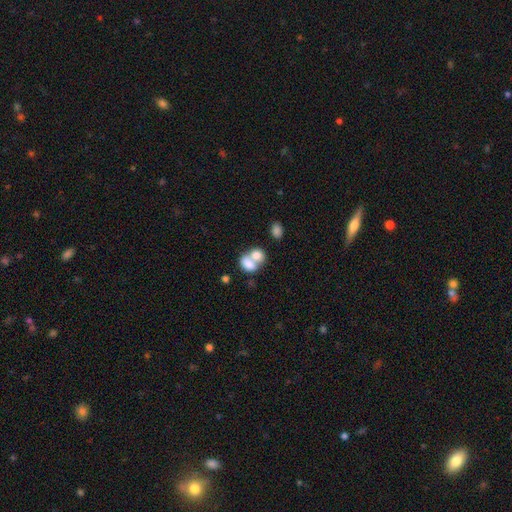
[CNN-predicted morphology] smooth-or-featured: smooth: 77% | featured or disk: 15% | star or artifact: 8%
  how-rounded: in between: 67% | round: 31% | cigar-shaped: 1%
  merging: merger: 68% | none: 21% | minor disturbance: 7% | major disturbance: 5%